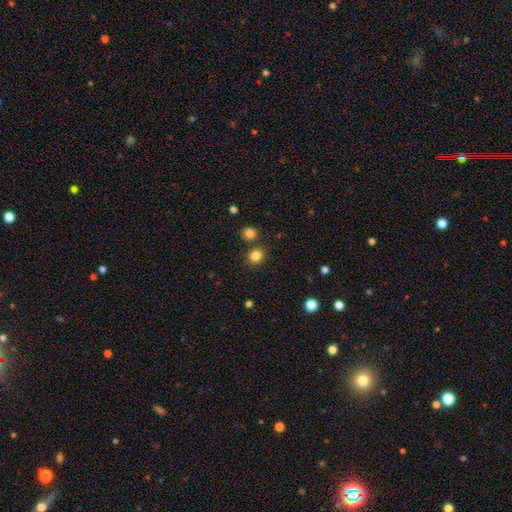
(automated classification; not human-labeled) Smooth or featured? Predicted: smooth (p=0.83). How rounded? Predicted: round (p=0.84). Merging? Predicted: none (p=0.84).